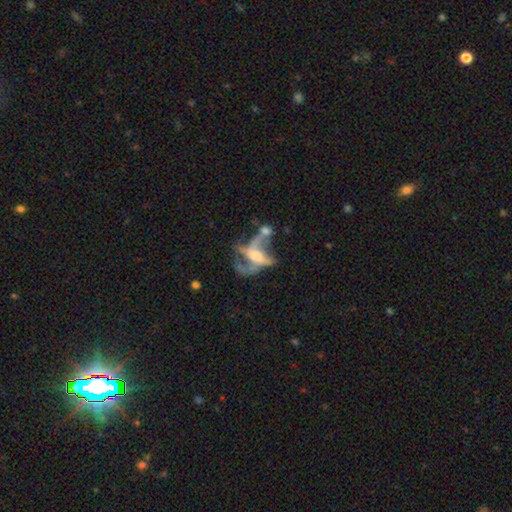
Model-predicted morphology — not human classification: Smooth or featured? Predicted: featured or disk (p=0.73). Edge-on disk? Predicted: no (p=0.94). Bar? Predicted: no (p=0.55). Spiral arms? Predicted: yes (p=0.67). Bulge size? Predicted: moderate (p=0.52). Merging? Predicted: major disturbance (p=0.35).